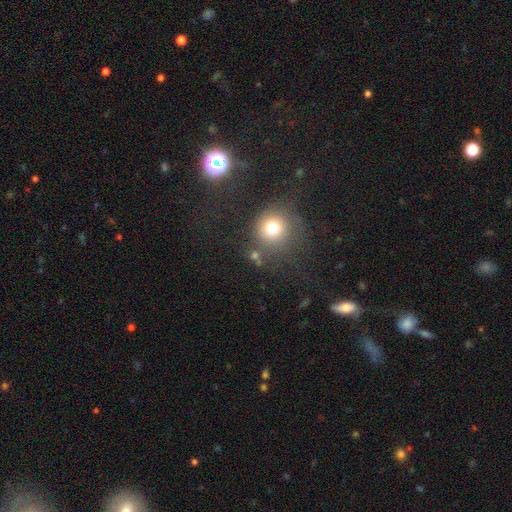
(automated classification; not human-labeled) Morphology: type=smooth (69%); roundness=round (90%); merging=none (72%).